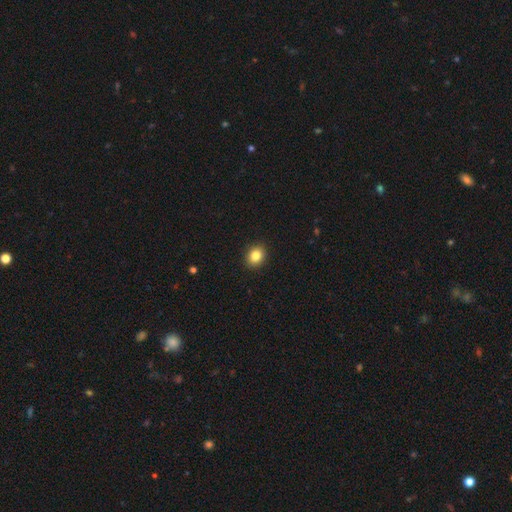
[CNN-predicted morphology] Smooth or featured: smooth — 84% (star or artifact — 10%)
How rounded: round — 60% (in between — 40%)
Merging: none — 91% (minor disturbance — 6%)